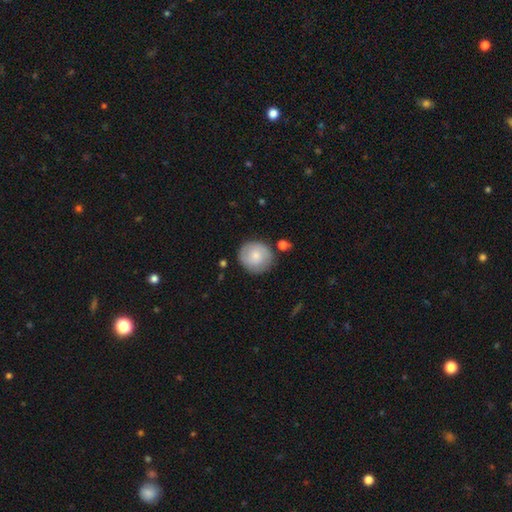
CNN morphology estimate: This appears to be a smooth galaxy with no disk features (70%) that is round (86%). Merging: none (79%).